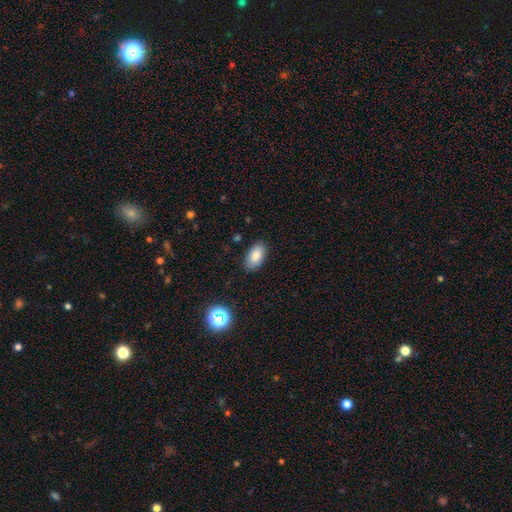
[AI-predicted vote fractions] Smooth or featured? Predicted: smooth (p=0.83). How rounded? Predicted: in between (p=0.93). Merging? Predicted: none (p=0.86).